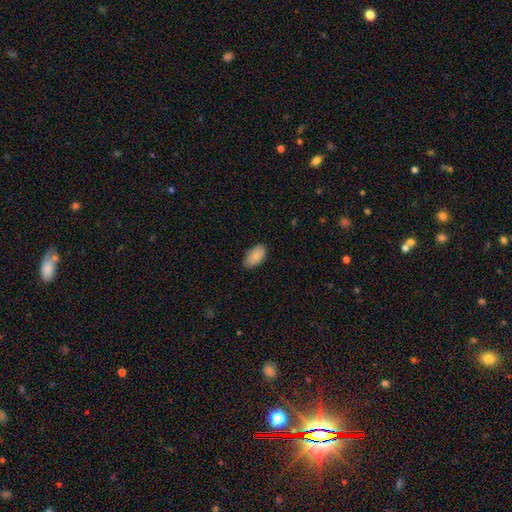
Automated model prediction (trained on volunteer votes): smooth 89%, star or artifact 6%, featured or disk 5%. Down the decision tree: how rounded — in between (95%); merging — none (82%).